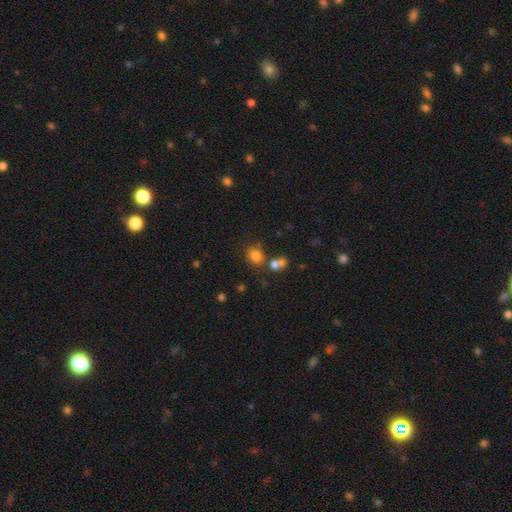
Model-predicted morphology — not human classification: A smooth galaxy with no disk features (79%) that is round (65%). Merging: none (62%).